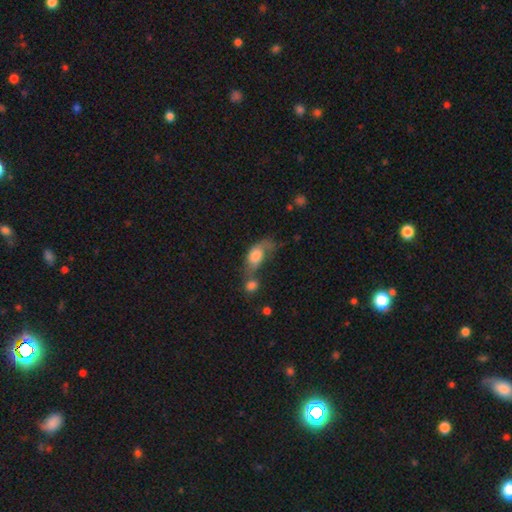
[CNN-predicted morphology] This is likely a smooth galaxy (66%). How rounded: clearly in between (81%). Merging: marginally merger (42%).